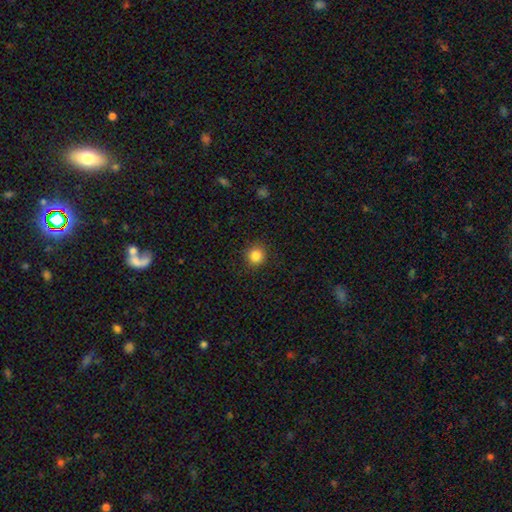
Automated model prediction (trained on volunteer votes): Overall: smooth (85%). How rounded: round (93%). Merging: none (90%).